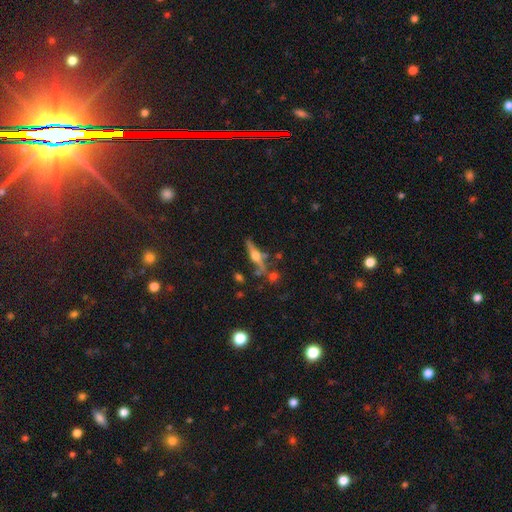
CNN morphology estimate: This appears to be a featured or disk galaxy (67%) viewed edge-on (93%) with a rounded central bulge (93%). Merging: none (67%).